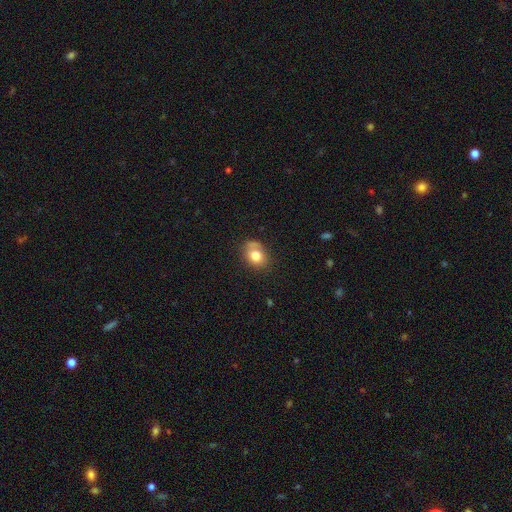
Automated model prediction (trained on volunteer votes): Morphology: type=smooth (76%); roundness=in between (57%); merging=none (58%).